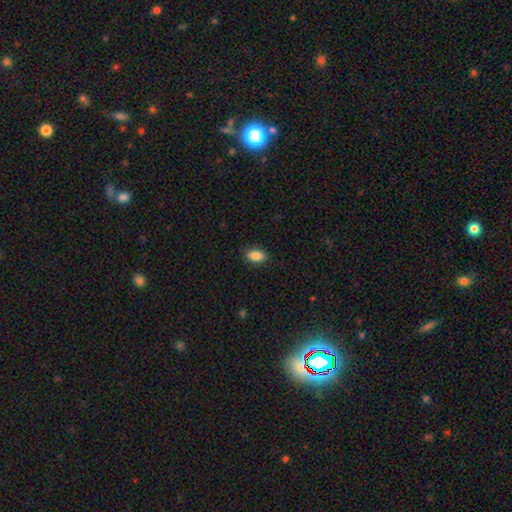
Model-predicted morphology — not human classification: Overall: smooth (88%). How rounded: in between (90%). Merging: none (87%).